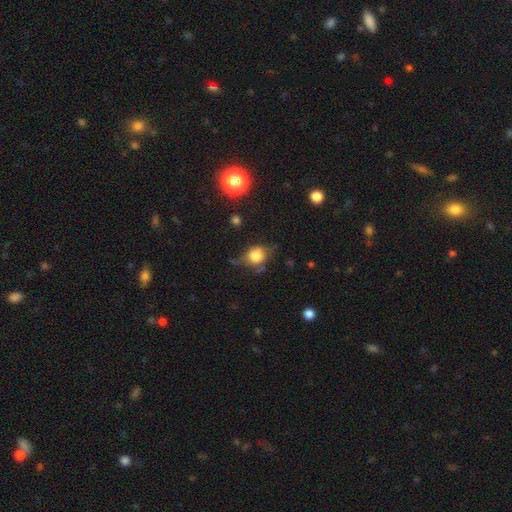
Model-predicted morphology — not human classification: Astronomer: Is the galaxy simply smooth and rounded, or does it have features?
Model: smooth — 72%.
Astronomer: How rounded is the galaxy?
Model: round — 72%.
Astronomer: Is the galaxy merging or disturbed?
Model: none — 54%.